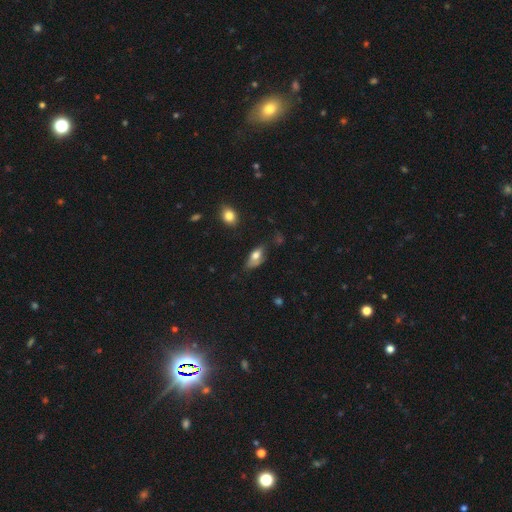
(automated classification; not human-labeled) A smooth galaxy with no disk features (70%) that is in between round and cigar-shaped (88%). Merging: none (49%).